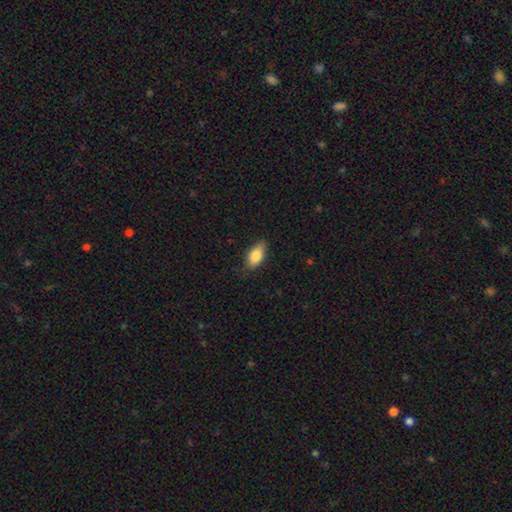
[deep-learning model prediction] Smooth or featured: smooth — 82% (featured or disk — 11%)
How rounded: in between — 88% (cigar-shaped — 7%)
Merging: none — 78% (minor disturbance — 18%)